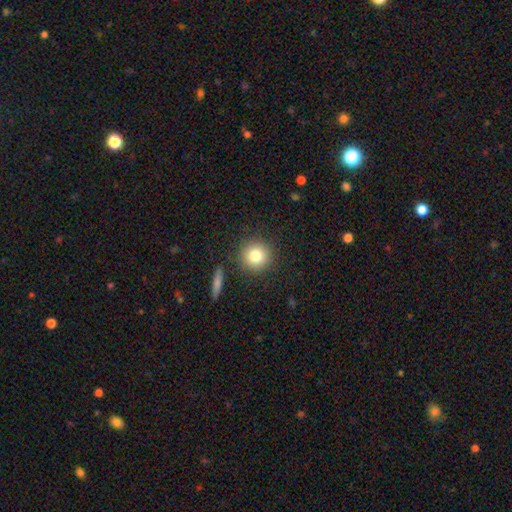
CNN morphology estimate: smooth 80%, star or artifact 10%, featured or disk 9%. Down the decision tree: how rounded — round (93%); merging — none (88%).